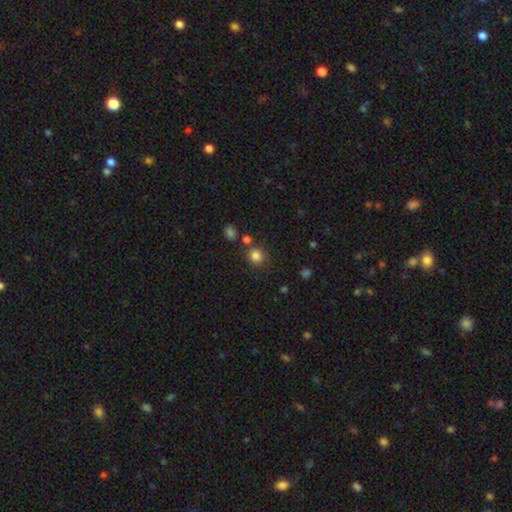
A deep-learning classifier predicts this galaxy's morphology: Smooth or featured?
  - smooth: 82% *
  - star or artifact: 13%
  - featured or disk: 5%
How rounded?
  - round: 90% *
  - in between: 9%
  - cigar-shaped: 1%
Merging?
  - none: 79% *
  - merger: 10%
  - minor disturbance: 8%
  - major disturbance: 3%